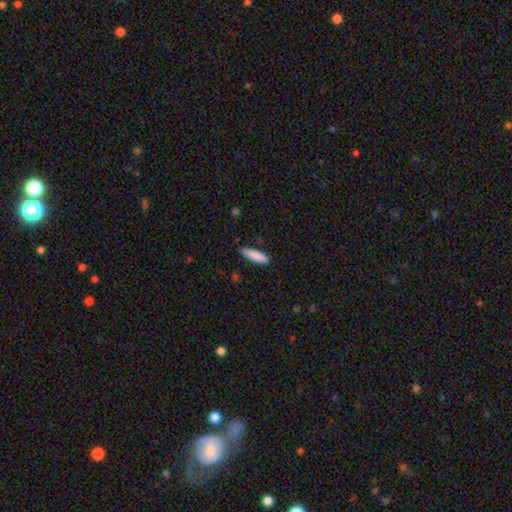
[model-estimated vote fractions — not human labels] A smooth galaxy with no disk features (88%) that is cigar-shaped (68%). Merging: none (86%).